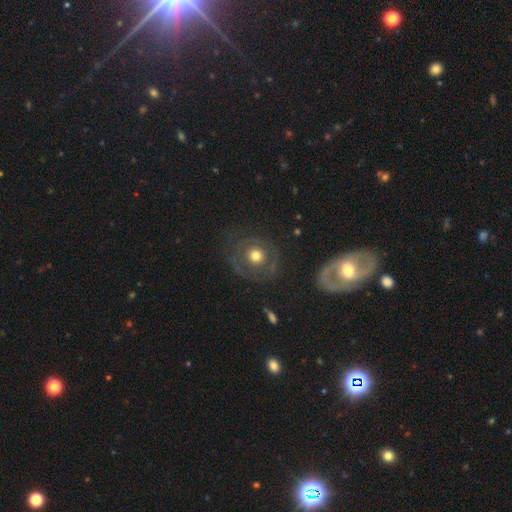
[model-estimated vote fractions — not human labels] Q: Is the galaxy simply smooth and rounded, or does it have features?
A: featured or disk — 45%.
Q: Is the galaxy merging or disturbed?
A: none — 72%.